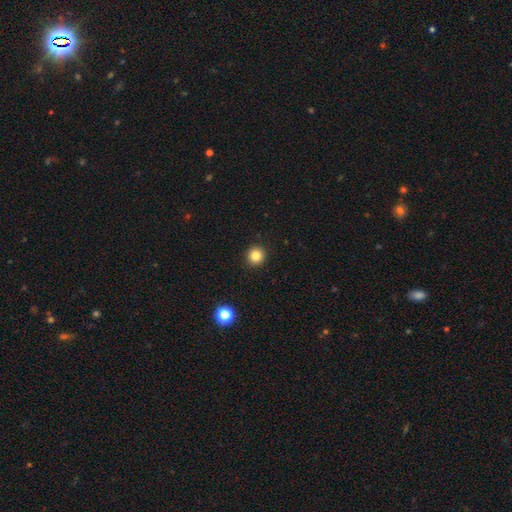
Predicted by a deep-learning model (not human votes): Smooth or featured?
  - smooth: 82% *
  - star or artifact: 12%
  - featured or disk: 6%
How rounded?
  - round: 93% *
  - in between: 6%
  - cigar-shaped: 1%
Merging?
  - none: 93% *
  - minor disturbance: 4%
  - major disturbance: 2%
  - merger: 1%